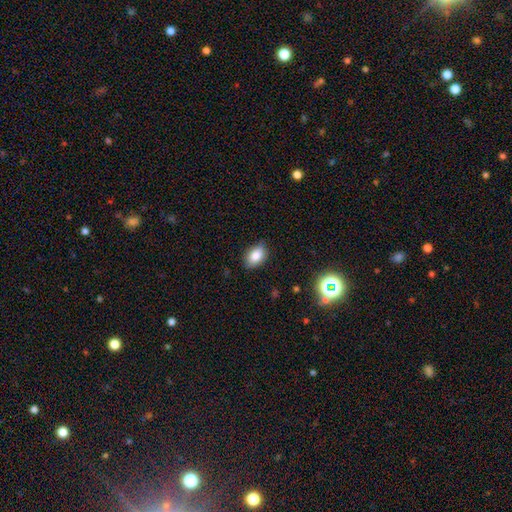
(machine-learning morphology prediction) Overall: smooth (82%). How rounded: in between (86%). Merging: none (81%).